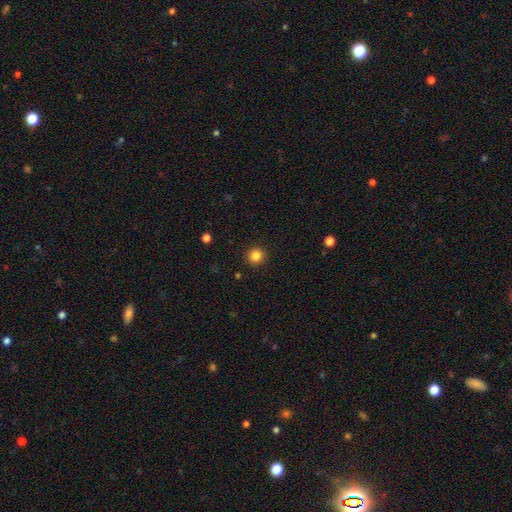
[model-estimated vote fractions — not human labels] This is clearly a smooth galaxy (84%). How rounded: clearly round (94%). Merging: clearly none (93%).